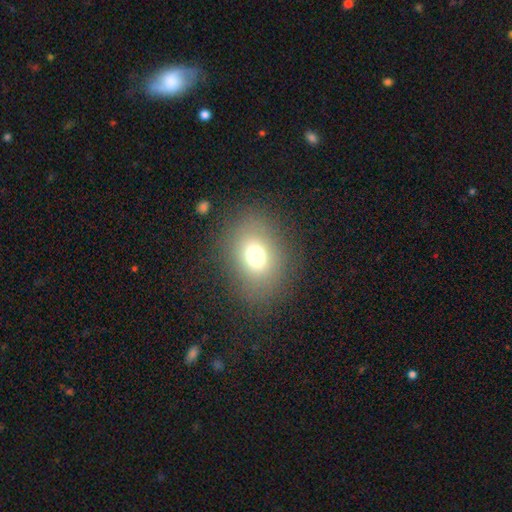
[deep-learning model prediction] smooth_or_featured: smooth (p=0.72) [alt: star or artifact p=0.15]
how_rounded: in between (p=0.58) [alt: round p=0.41]
merging: none (p=0.83) [alt: minor disturbance p=0.10]